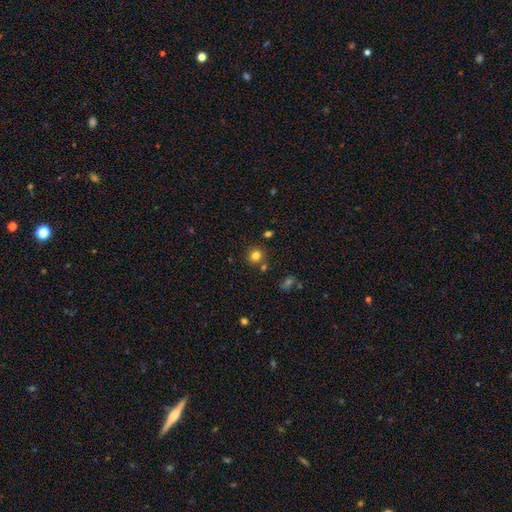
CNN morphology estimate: A smooth galaxy with no disk features (79%) that is round (80%). Merging: none (78%).